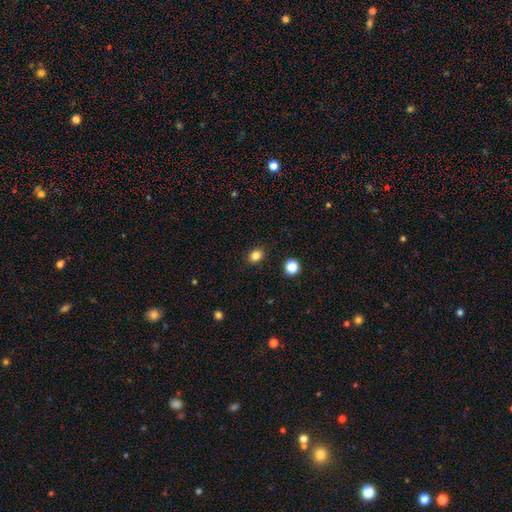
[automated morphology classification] Q: Smooth or featured?
A: smooth (84%); runner-up: star or artifact (12%)
Q: How rounded?
A: in between (50%); runner-up: round (49%)
Q: Merging?
A: none (89%); runner-up: minor disturbance (7%)